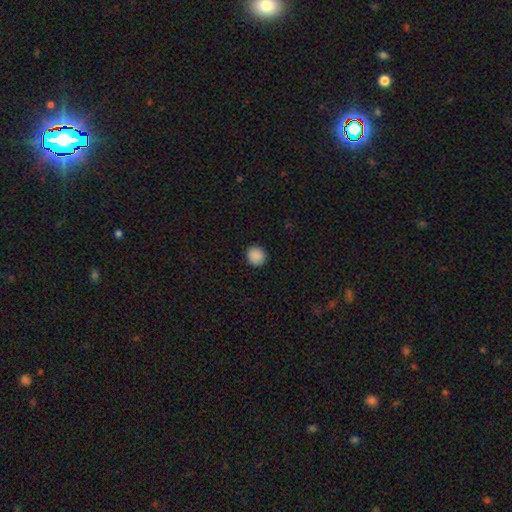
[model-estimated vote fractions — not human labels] A smooth galaxy with no disk features (89%) that is round (90%). Merging: none (91%).